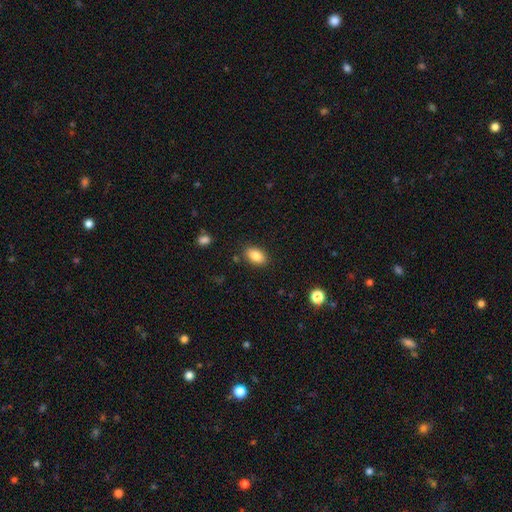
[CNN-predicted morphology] This is clearly a smooth galaxy (86%). How rounded: clearly in between (90%). Merging: clearly none (85%).